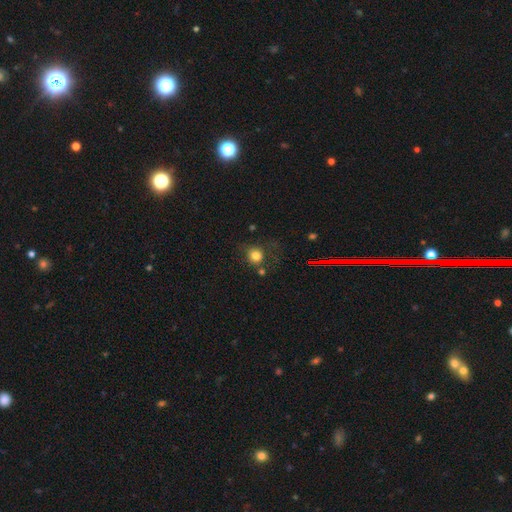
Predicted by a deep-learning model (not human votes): A smooth galaxy with no disk features (77%) that is round (83%).

Vote fractions:
- Smooth or featured? smooth: 77% / star or artifact: 14% / featured or disk: 8%
- How rounded? round: 83% / in between: 16% / cigar-shaped: 1%
- Merging? none: 64% / minor disturbance: 18% / major disturbance: 11% / merger: 7%